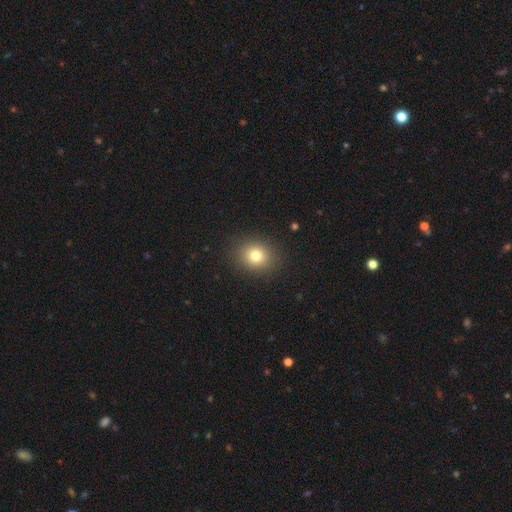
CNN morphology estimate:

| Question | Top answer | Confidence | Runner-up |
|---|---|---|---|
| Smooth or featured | smooth | 78% | star or artifact (13%) |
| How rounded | round | 69% | in between (31%) |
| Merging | none | 89% | minor disturbance (7%) |